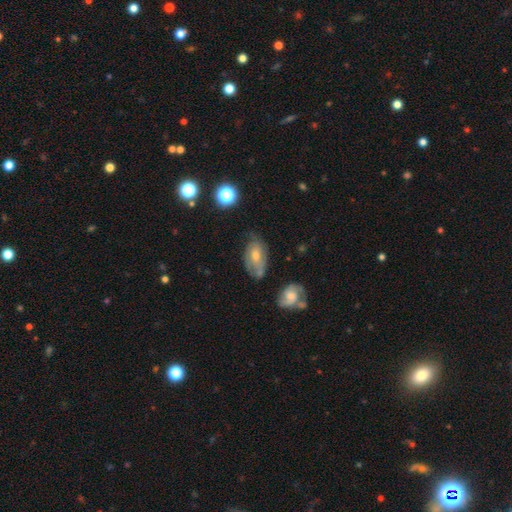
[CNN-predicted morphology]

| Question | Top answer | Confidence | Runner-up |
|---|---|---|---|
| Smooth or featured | featured or disk | 52% | smooth (35%) |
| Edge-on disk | no | 92% | yes (8%) |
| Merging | none | 58% | minor disturbance (26%) |